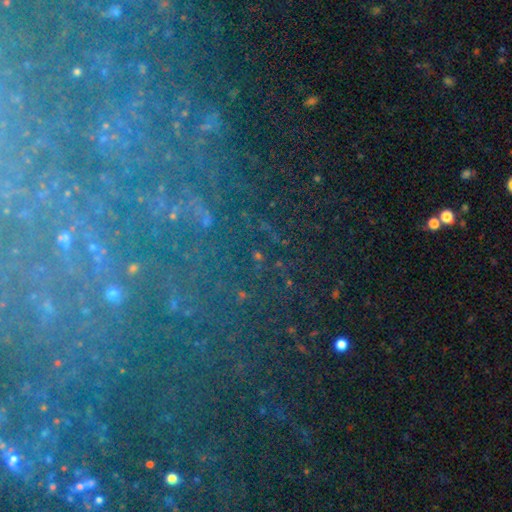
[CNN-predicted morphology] A star or artifact, not a galaxy (61%).